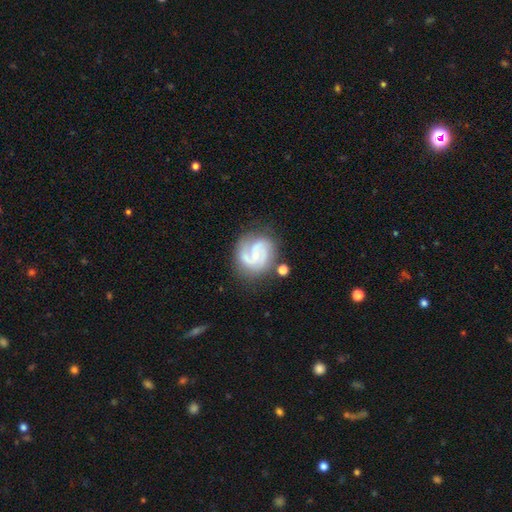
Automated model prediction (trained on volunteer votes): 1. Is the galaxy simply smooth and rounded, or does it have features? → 86% featured or disk, 9% smooth, 5% star or artifact.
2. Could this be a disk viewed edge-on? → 98% no, 2% yes.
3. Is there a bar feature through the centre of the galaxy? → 57% no, 36% weak, 7% strong.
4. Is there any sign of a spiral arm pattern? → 97% yes, 3% no.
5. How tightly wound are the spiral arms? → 51% medium, 36% tight, 14% loose.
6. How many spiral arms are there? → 67% 2, 18% 3, 6% can't tell, 4% 1, 2% 4, 2% more than 4.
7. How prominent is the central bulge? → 68% small, 26% moderate, 3% none, 1% large, 1% dominant.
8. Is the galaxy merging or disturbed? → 72% none, 17% minor disturbance, 7% major disturbance, 4% merger.